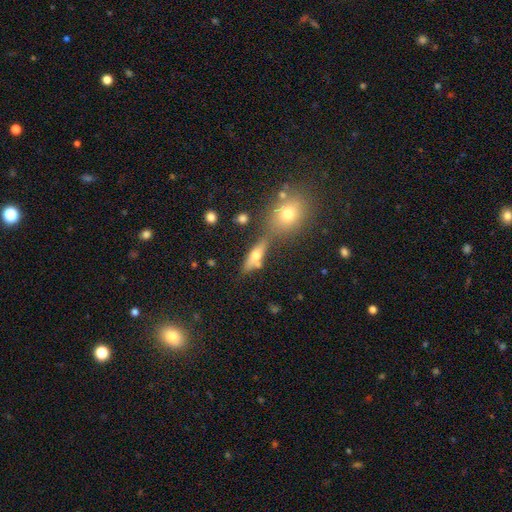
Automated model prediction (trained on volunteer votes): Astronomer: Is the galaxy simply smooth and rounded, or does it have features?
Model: smooth — 53% (runner-up: featured or disk, 36%).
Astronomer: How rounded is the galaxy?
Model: in between — 48% (runner-up: cigar-shaped, 43%).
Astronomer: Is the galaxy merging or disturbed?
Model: none — 57%.